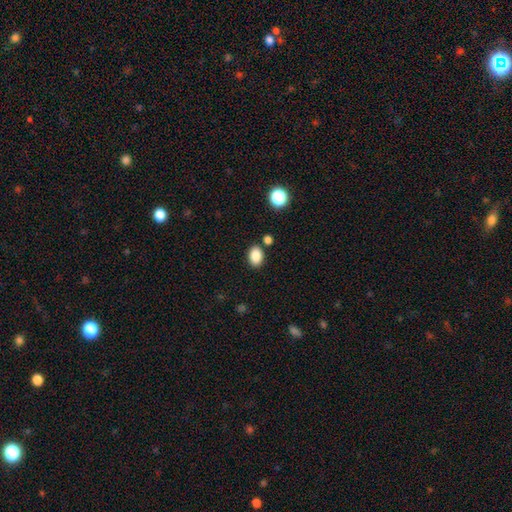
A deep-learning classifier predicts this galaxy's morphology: smooth_or_featured: smooth (p=0.86) [alt: star or artifact p=0.09]
how_rounded: in between (p=0.81) [alt: round p=0.18]
merging: none (p=0.83) [alt: minor disturbance p=0.09]